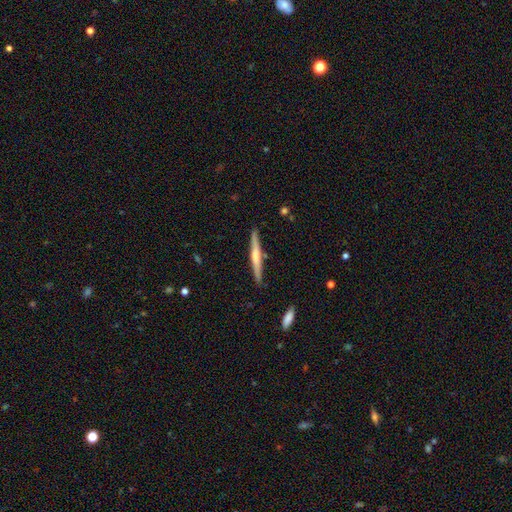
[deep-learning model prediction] Smooth or featured? featured or disk (52%)
Edge-on disk? yes (97%)
Edge-on bulge? rounded (50%)
Merging? none (88%)